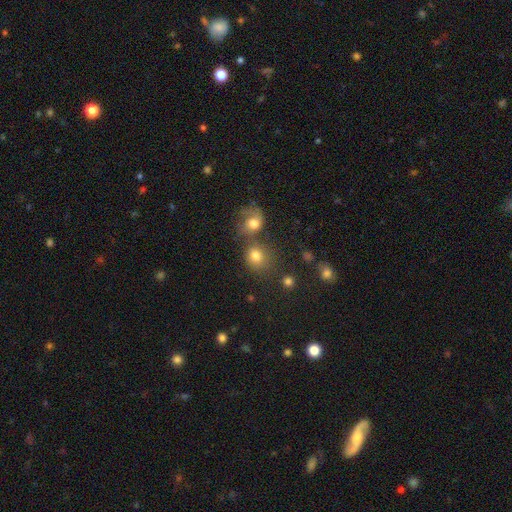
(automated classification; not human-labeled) smooth 77%, star or artifact 13%, featured or disk 10%. Down the decision tree: how rounded — round (74%); merging — none (47%).